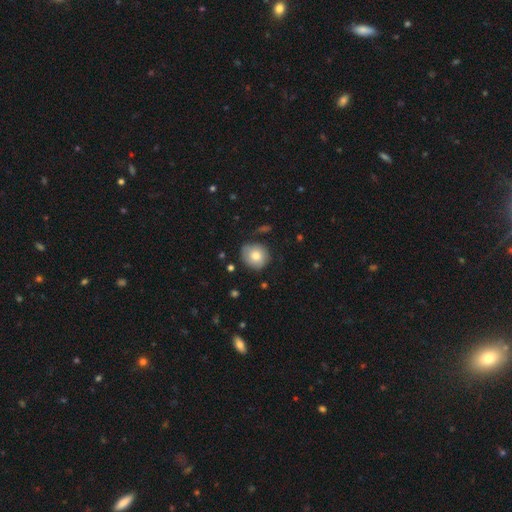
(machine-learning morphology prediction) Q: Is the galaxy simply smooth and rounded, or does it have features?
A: smooth — 77%.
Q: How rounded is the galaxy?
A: round — 86%.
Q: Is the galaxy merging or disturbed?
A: none — 75%.